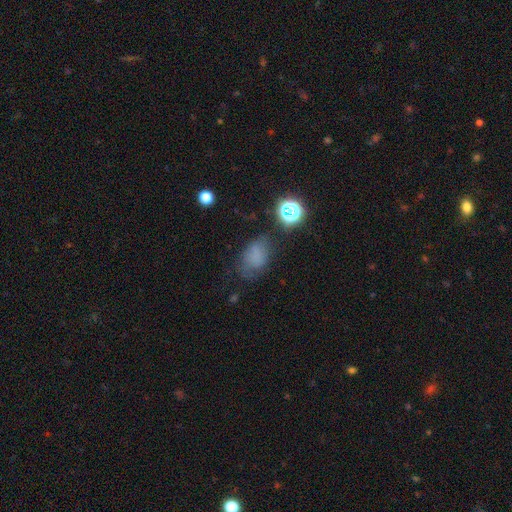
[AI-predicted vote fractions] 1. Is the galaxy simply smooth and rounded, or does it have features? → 70% smooth, 18% star or artifact, 12% featured or disk.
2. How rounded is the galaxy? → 79% in between, 19% round, 2% cigar-shaped.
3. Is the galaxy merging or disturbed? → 54% none, 28% minor disturbance, 13% major disturbance, 4% merger.